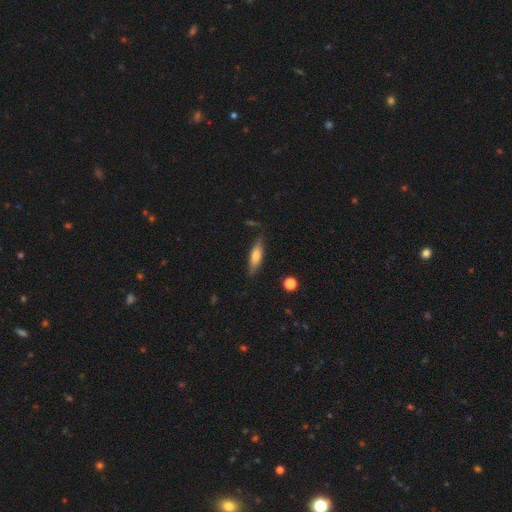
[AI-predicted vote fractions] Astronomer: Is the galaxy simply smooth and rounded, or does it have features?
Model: smooth — 67%.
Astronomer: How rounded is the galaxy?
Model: cigar-shaped — 54% (runner-up: in between, 43%).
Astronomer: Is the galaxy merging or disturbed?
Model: none — 77%.